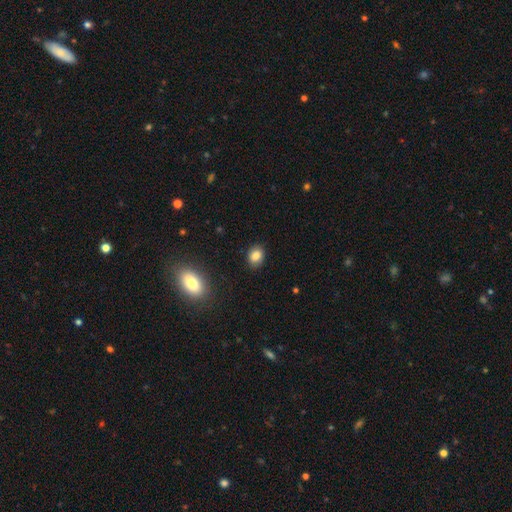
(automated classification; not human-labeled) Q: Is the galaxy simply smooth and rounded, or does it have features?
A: smooth — 84%.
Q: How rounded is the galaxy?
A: in between — 57%.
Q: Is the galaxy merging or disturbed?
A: none — 88%.